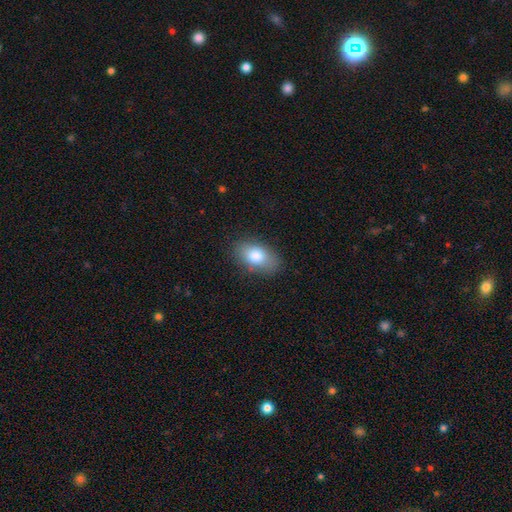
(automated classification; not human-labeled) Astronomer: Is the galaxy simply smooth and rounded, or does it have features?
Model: smooth — 80%.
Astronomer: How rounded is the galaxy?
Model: in between — 90%.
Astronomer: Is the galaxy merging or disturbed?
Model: none — 81%.